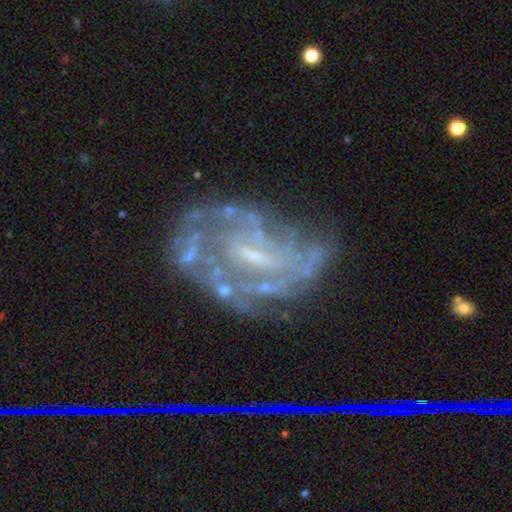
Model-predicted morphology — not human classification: smooth-or-featured: featured or disk: 79% | star or artifact: 11% | smooth: 9%
  disk-edge-on: no: 97% | yes: 3%
    bar: weak: 48% | no: 32% | strong: 20%
    has-spiral-arms: yes: 81% | no: 19%
      spiral-winding: tight: 49% | medium: 36% | loose: 15%
      spiral-arm-count: can't tell: 44% | 2: 19% | 3: 16% | 4: 9% | 1: 6% | more than 4: 6%
    bulge-size: small: 52% | none: 27% | moderate: 18% | large: 1% | dominant: 1%
  merging: none: 56% | minor disturbance: 21% | major disturbance: 18% | merger: 4%